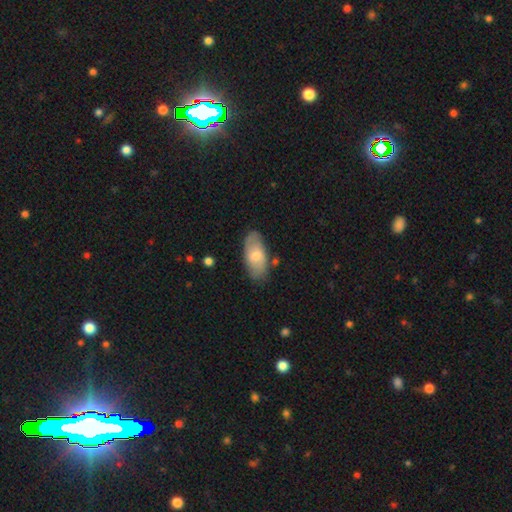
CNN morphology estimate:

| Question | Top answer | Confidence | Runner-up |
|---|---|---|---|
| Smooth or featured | smooth | 60% | featured or disk (34%) |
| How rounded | in between | 91% | cigar-shaped (6%) |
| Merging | none | 80% | minor disturbance (15%) |